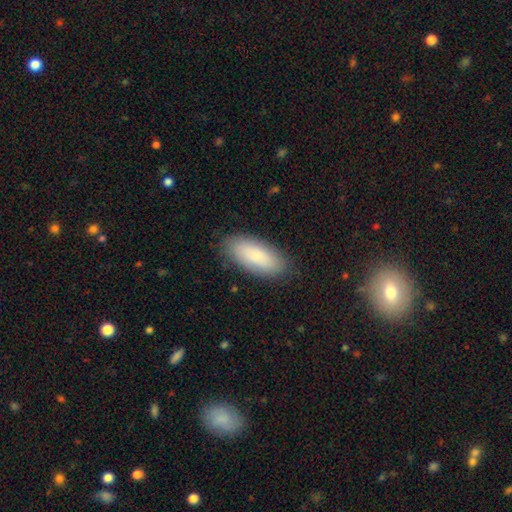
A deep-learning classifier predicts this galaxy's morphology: type=smooth (81%); roundness=in between (85%); merging=none (85%).